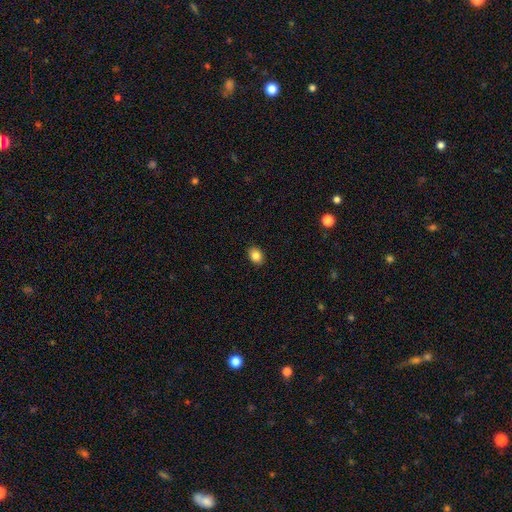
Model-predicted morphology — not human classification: smooth-or-featured: smooth: 85% | star or artifact: 9% | featured or disk: 6%
  how-rounded: in between: 67% | round: 32% | cigar-shaped: 1%
  merging: none: 90% | minor disturbance: 7% | major disturbance: 2% | merger: 1%